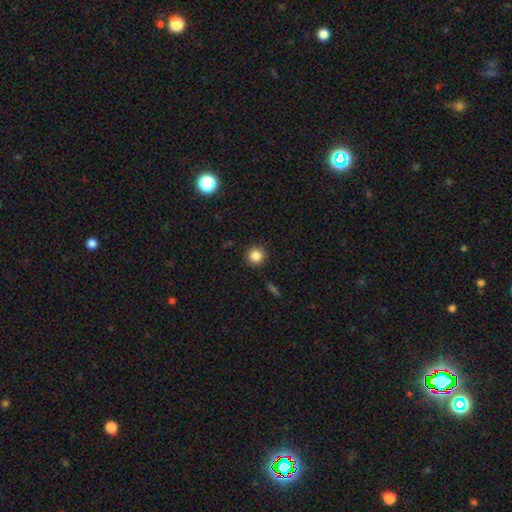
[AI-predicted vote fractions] smooth-or-featured: smooth: 84% | star or artifact: 11% | featured or disk: 5%
  how-rounded: round: 95% | in between: 4% | cigar-shaped: 1%
  merging: none: 92% | minor disturbance: 5% | major disturbance: 2% | merger: 1%